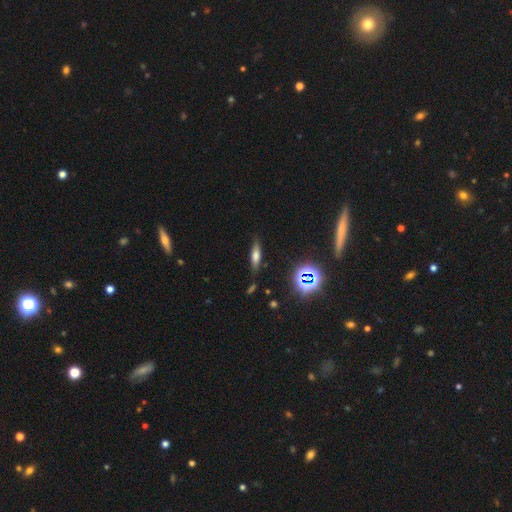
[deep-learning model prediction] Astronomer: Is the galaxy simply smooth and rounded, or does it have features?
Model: smooth — 56%.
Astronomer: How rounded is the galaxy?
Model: cigar-shaped — 59% (runner-up: in between, 37%).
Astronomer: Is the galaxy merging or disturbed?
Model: none — 79%.